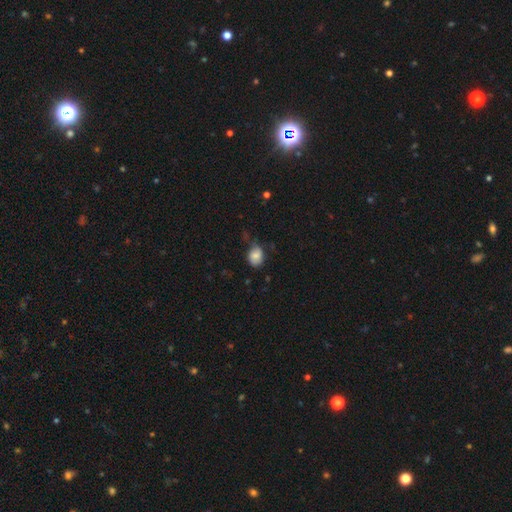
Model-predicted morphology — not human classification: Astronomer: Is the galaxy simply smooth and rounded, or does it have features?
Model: smooth — 78%.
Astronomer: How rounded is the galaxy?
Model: in between — 56% (runner-up: round, 43%).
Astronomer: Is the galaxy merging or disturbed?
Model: none — 50% (runner-up: minor disturbance, 35%).